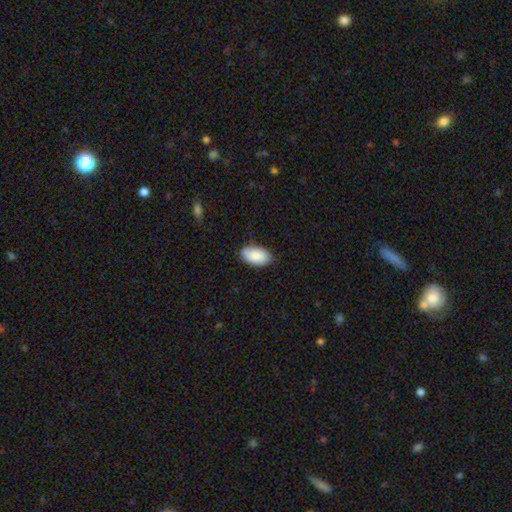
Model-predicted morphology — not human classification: smooth-or-featured: smooth: 84% | featured or disk: 9% | star or artifact: 6%
  how-rounded: in between: 95% | round: 3% | cigar-shaped: 2%
  merging: none: 79% | minor disturbance: 17% | major disturbance: 3% | merger: 1%